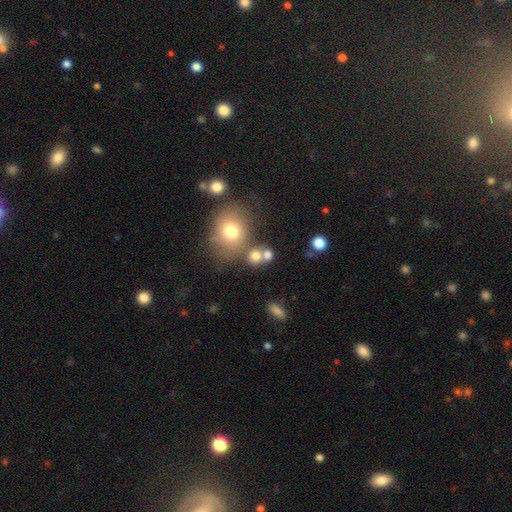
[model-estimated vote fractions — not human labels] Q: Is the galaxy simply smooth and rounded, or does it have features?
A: smooth — 74%.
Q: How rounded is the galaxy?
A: round — 74%.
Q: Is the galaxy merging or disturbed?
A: none — 46%.